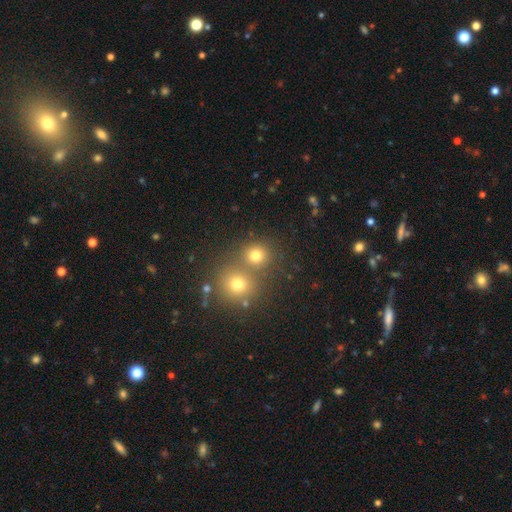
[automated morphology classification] A smooth galaxy with no disk features (75%) that is round (87%). Merging: none (61%).